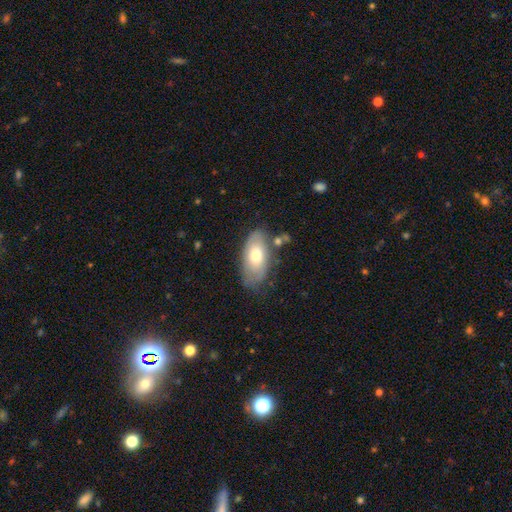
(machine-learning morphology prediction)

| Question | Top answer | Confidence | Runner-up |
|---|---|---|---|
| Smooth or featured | smooth | 60% | featured or disk (34%) |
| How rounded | in between | 91% | cigar-shaped (4%) |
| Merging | none | 65% | minor disturbance (24%) |